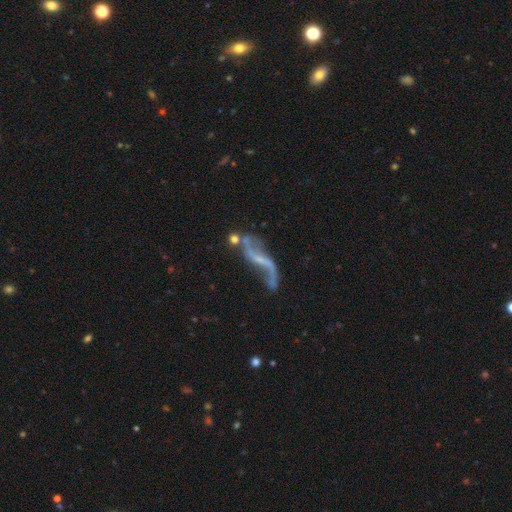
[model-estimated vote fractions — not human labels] smooth_or_featured: featured or disk (p=0.72) [alt: smooth p=0.14]
disk_edge_on: no (p=0.79) [alt: yes p=0.21]
bar: no (p=0.46) [alt: weak p=0.31]
has_spiral_arms: yes (p=0.73) [alt: no p=0.27]
bulge_size: none (p=0.44) [alt: small p=0.43]
merging: none (p=0.38) [alt: major disturbance p=0.24]